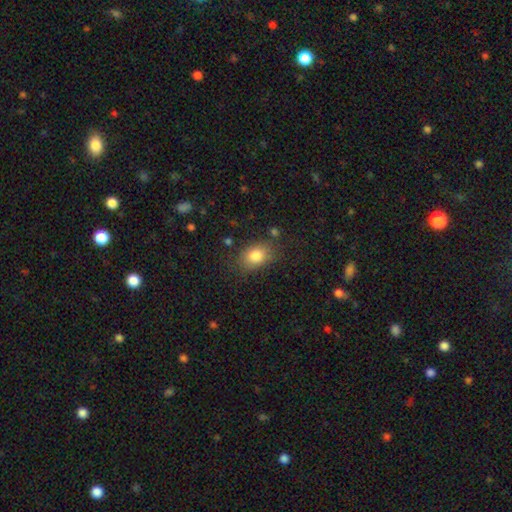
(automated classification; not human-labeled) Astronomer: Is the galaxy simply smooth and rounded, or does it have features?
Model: smooth — 82%.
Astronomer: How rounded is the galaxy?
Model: in between — 74%.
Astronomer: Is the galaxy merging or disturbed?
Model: none — 75%.